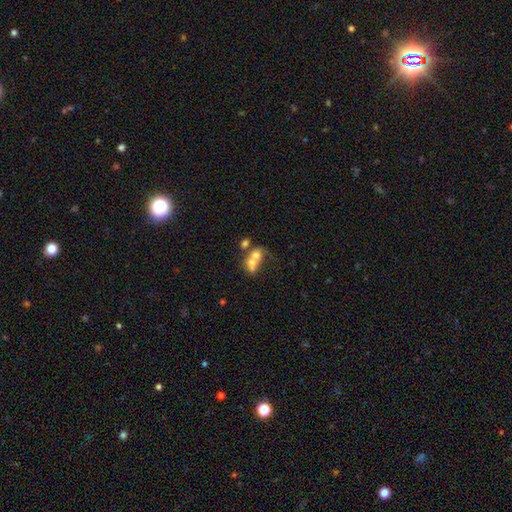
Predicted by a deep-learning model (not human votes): Smooth or featured? Predicted: smooth (p=0.57). How rounded? Predicted: in between (p=0.53). Merging? Predicted: merger (p=0.71).